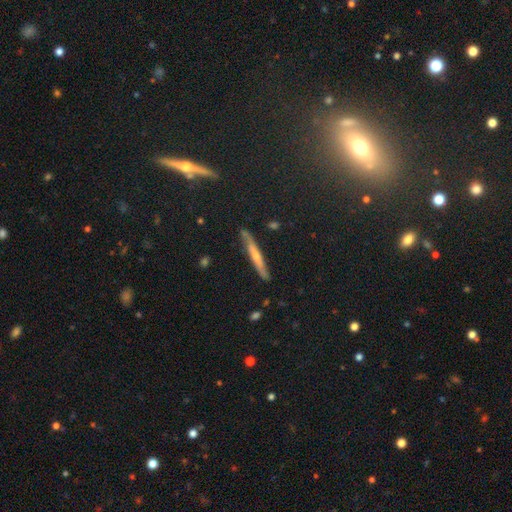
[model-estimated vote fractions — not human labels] Smooth or featured?
  - featured or disk: 54% *
  - smooth: 24%
  - star or artifact: 22%
Edge-on disk?
  - yes: 90% *
  - no: 10%
Merging?
  - none: 85% *
  - minor disturbance: 9%
  - major disturbance: 3%
  - merger: 2%